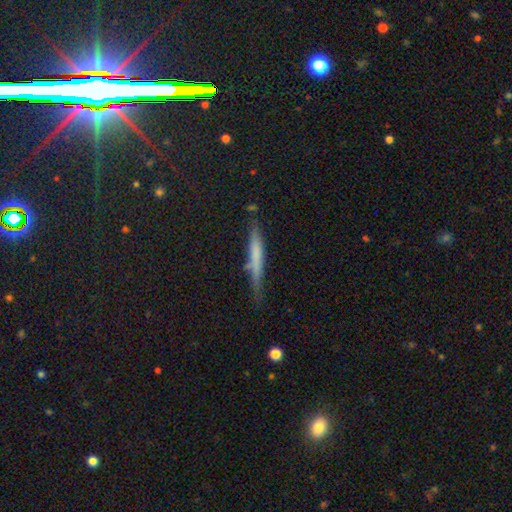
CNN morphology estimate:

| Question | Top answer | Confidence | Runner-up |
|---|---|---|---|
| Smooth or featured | smooth | 57% | featured or disk (34%) |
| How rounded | cigar-shaped | 94% | in between (4%) |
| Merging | none | 72% | minor disturbance (20%) |